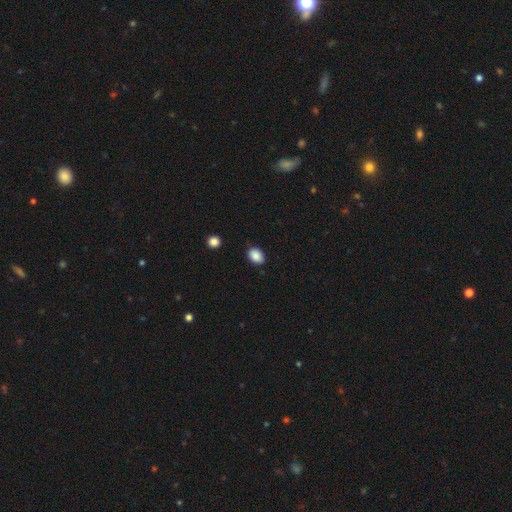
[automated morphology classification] Smooth or featured: smooth — 88% (star or artifact — 8%)
How rounded: in between — 67% (round — 32%)
Merging: none — 86% (minor disturbance — 11%)